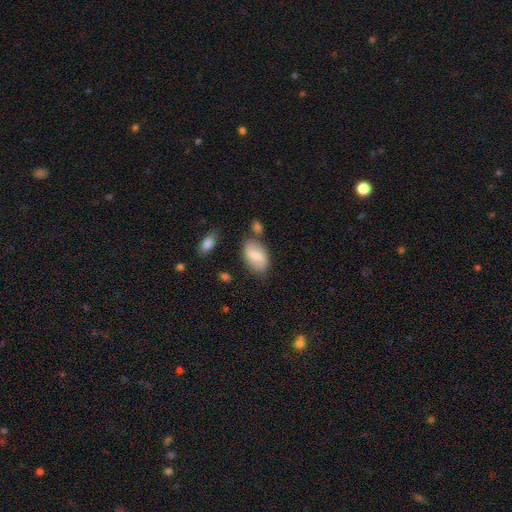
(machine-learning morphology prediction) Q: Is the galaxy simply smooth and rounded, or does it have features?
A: smooth — 64%.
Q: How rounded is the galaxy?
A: in between — 91%.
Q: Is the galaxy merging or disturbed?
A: none — 71%.